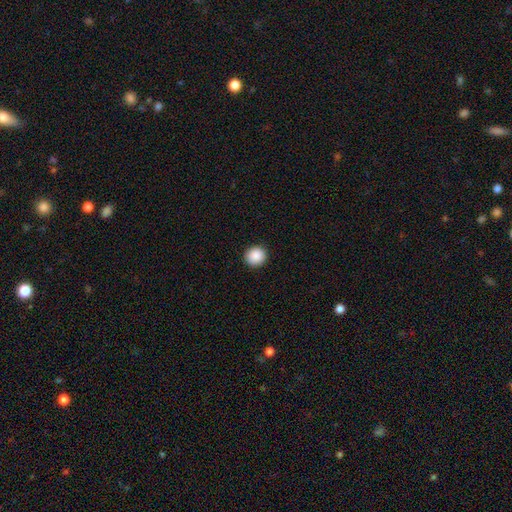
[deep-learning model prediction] Smooth or featured?
  - smooth: 89% *
  - star or artifact: 8%
  - featured or disk: 3%
How rounded?
  - round: 91% *
  - in between: 8%
  - cigar-shaped: 1%
Merging?
  - none: 92% *
  - minor disturbance: 5%
  - major disturbance: 2%
  - merger: 1%